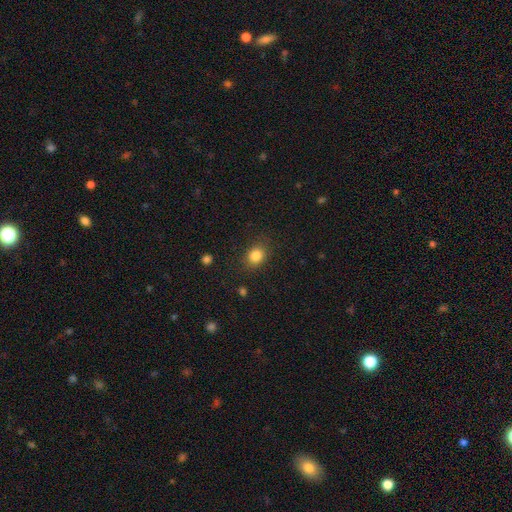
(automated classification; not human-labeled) Morphology: type=smooth (84%); roundness=round (56%); merging=none (83%).